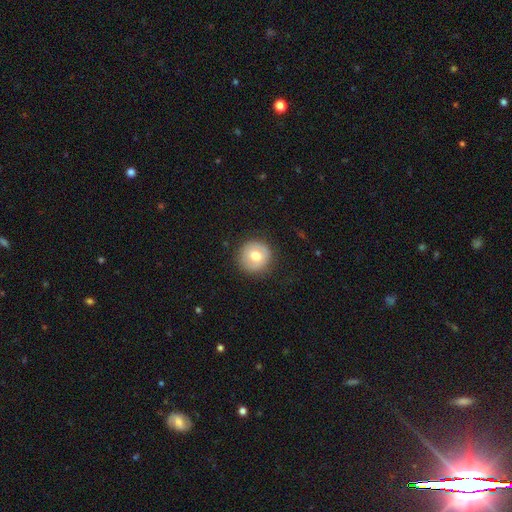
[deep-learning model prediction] A smooth galaxy with no disk features (66%) that is round (94%).

Vote fractions:
- Smooth or featured? smooth: 66% / featured or disk: 27% / star or artifact: 8%
- How rounded? round: 94% / in between: 5% / cigar-shaped: 1%
- Merging? none: 87% / minor disturbance: 9% / major disturbance: 3% / merger: 1%